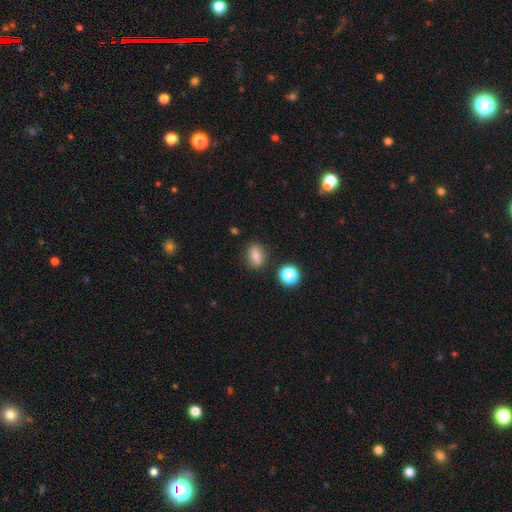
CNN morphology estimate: This is likely a smooth galaxy (71%). How rounded: likely in between (64%). Merging: clearly none (82%).